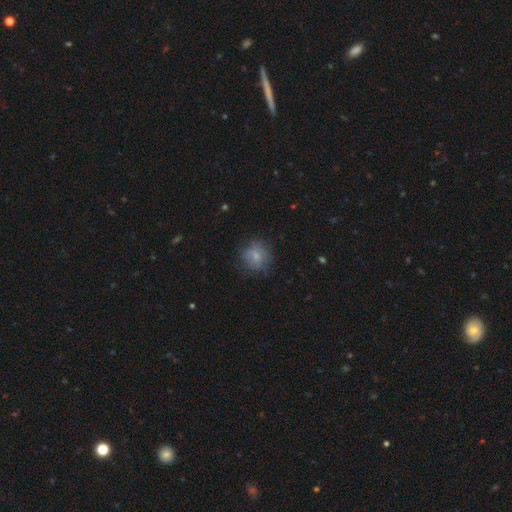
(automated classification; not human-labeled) Q: Smooth or featured?
A: smooth (72%); runner-up: featured or disk (19%)
Q: How rounded?
A: round (83%); runner-up: in between (16%)
Q: Merging?
A: none (67%); runner-up: minor disturbance (21%)